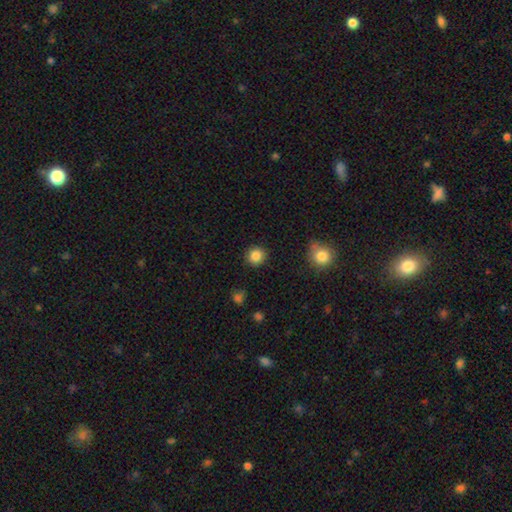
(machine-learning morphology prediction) Smooth or featured? Predicted: smooth (p=0.86). How rounded? Predicted: round (p=0.92). Merging? Predicted: none (p=0.90).